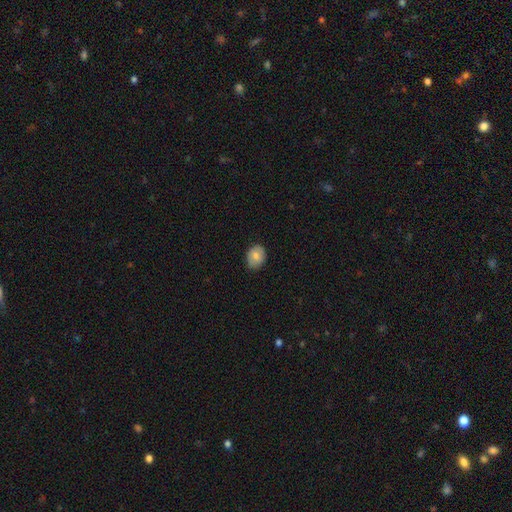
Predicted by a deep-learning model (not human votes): Smooth or featured?
  - smooth: 76% *
  - featured or disk: 16%
  - star or artifact: 7%
How rounded?
  - in between: 55% *
  - round: 44%
  - cigar-shaped: 1%
Merging?
  - none: 82% *
  - minor disturbance: 14%
  - major disturbance: 2%
  - merger: 1%